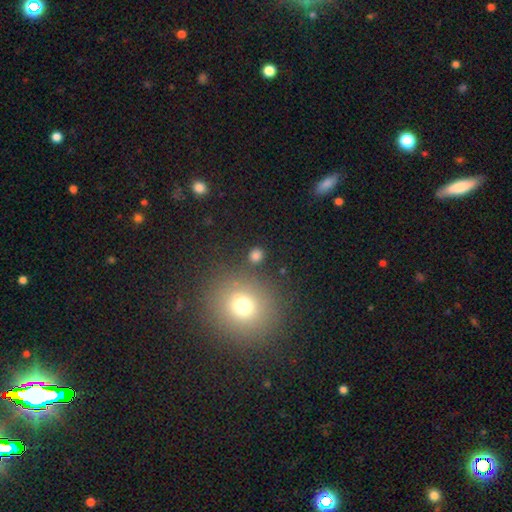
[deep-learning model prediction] This appears to be a smooth galaxy with no disk features (78%) that is round (83%). Merging: none (84%).